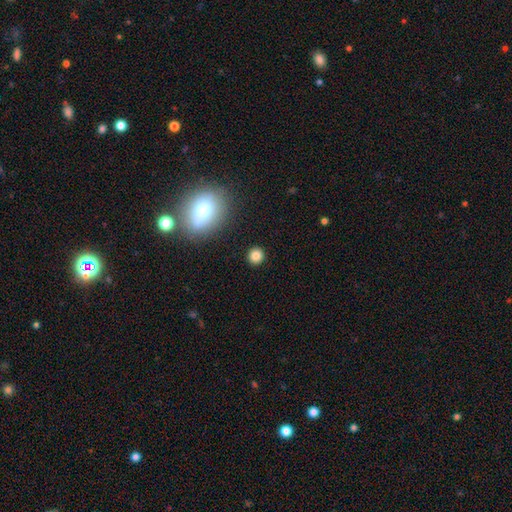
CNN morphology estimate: Smooth or featured? smooth (83%)
How rounded? round (91%)
Merging? none (91%)